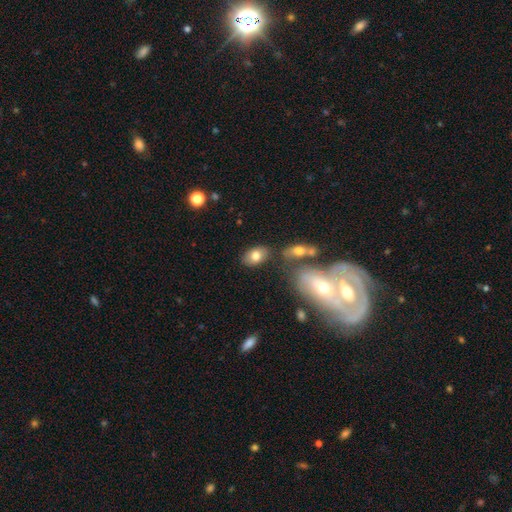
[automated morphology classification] A smooth galaxy with no disk features (77%) that is in between round and cigar-shaped (85%). Merging: none (75%).